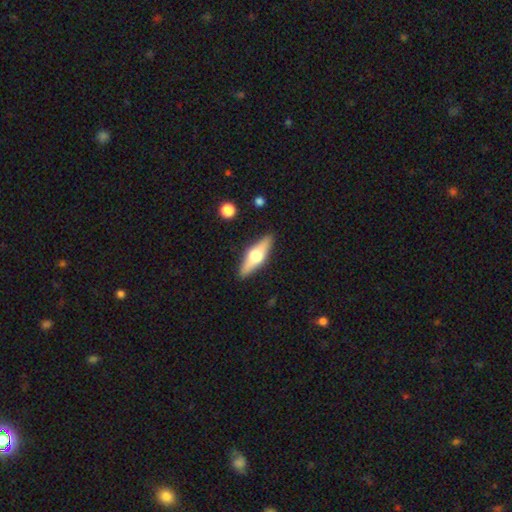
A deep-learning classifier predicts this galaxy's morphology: type=featured or disk (58%); edge-on=yes (92%); edge-on bulge=rounded (95%); merging=none (89%).